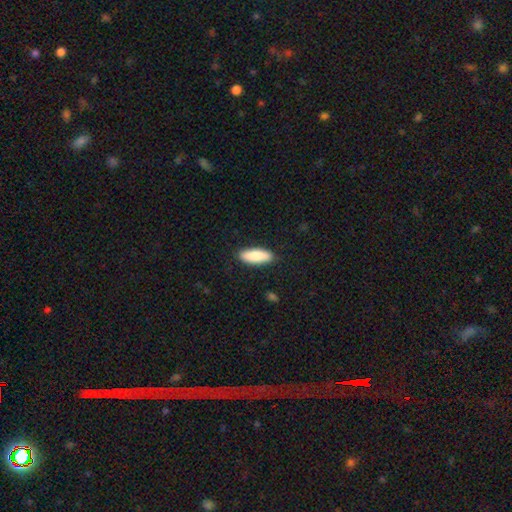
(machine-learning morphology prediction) Smooth or featured?
  - smooth: 86% *
  - featured or disk: 8%
  - star or artifact: 5%
How rounded?
  - in between: 66% *
  - cigar-shaped: 32%
  - round: 2%
Merging?
  - none: 88% *
  - minor disturbance: 9%
  - major disturbance: 2%
  - merger: 1%